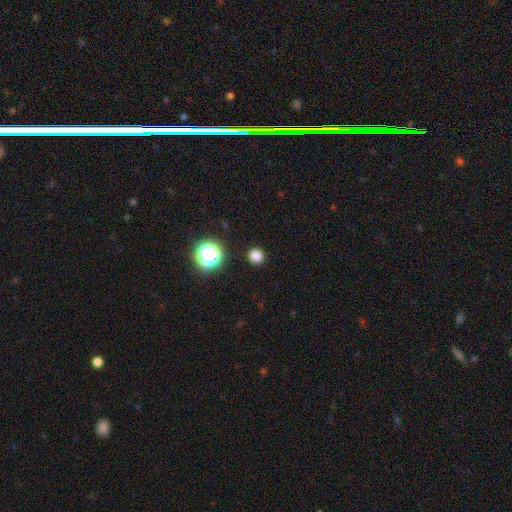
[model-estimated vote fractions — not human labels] smooth-or-featured: smooth: 80% | star or artifact: 16% | featured or disk: 4%
  how-rounded: round: 94% | in between: 5% | cigar-shaped: 1%
  merging: none: 92% | minor disturbance: 5% | major disturbance: 2% | merger: 1%